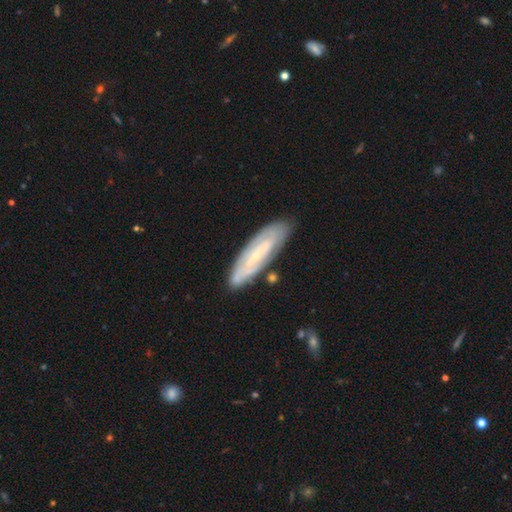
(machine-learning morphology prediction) The model was most divided on "smooth or featured": featured or disk: 51%, smooth: 41%, star or artifact: 8%. More confident: merging — none (81%); edge-on disk — no (60%).